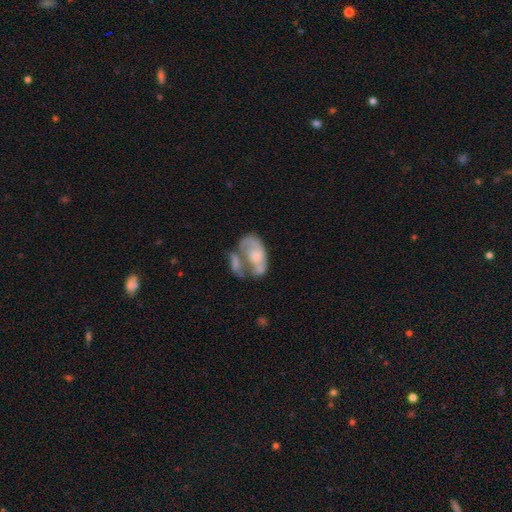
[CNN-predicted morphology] This appears to be a featured or disk galaxy (53%) with no bar (80%), no spiral arms (58%) and a moderate central bulge (33%). Merging: merger (47%).